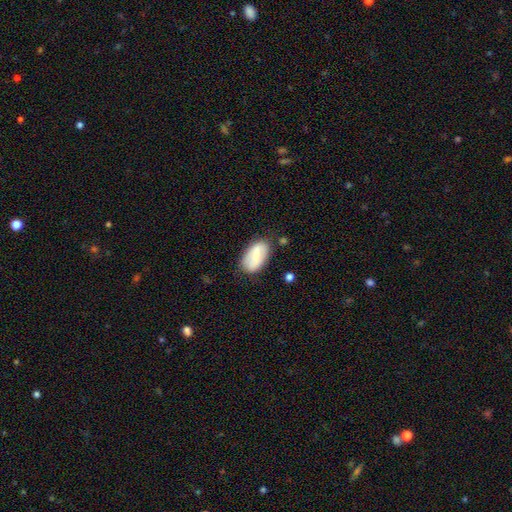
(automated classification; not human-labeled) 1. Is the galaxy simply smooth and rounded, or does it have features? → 67% smooth, 26% featured or disk, 7% star or artifact.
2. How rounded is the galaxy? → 94% in between, 4% round, 2% cigar-shaped.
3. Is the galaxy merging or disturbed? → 73% none, 19% minor disturbance, 5% major disturbance, 3% merger.